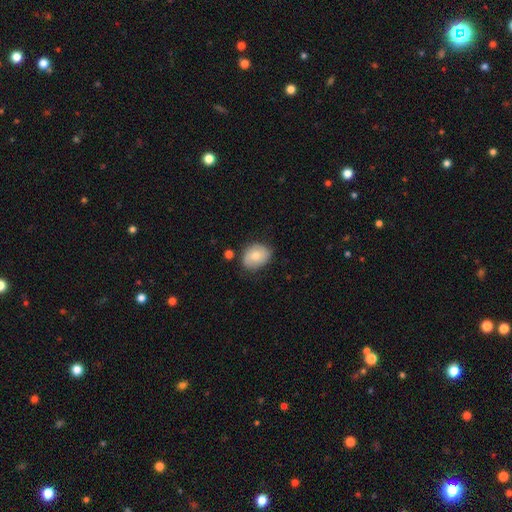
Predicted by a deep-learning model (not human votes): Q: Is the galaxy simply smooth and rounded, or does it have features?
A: smooth — 71%.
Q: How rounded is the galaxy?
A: in between — 57%.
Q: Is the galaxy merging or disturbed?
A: none — 73%.